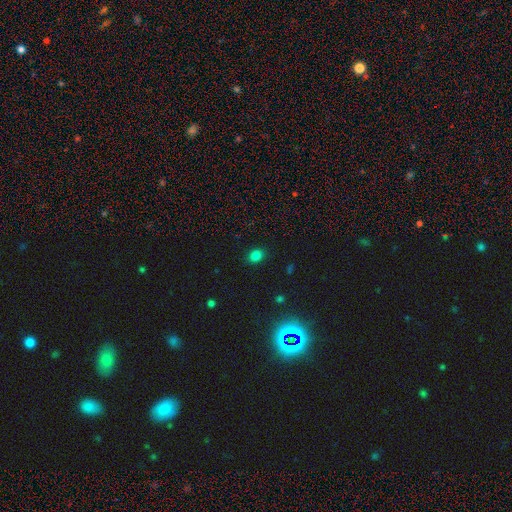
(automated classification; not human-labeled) Overall: smooth (80%). How rounded: round (55%; in between 44%). Merging: none (87%).